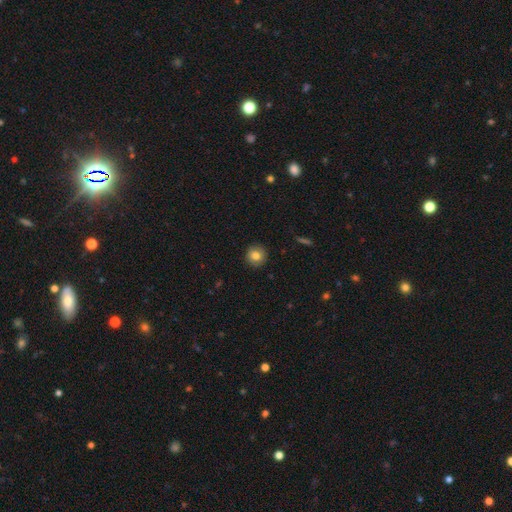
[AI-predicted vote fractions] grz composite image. It shows a smooth galaxy with no disk features (80%) that is round (93%). Merging: none (90%).